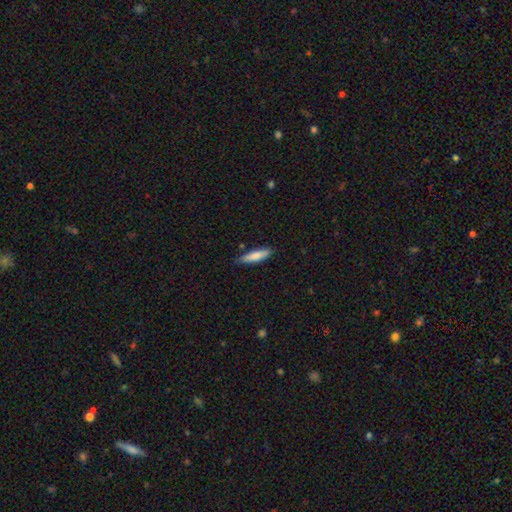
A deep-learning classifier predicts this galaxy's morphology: Overall: smooth (81%). How rounded: cigar-shaped (76%). Merging: none (83%).